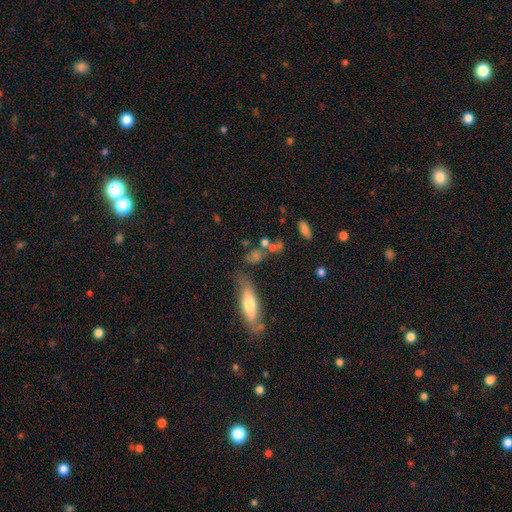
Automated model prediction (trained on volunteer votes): The model was most divided on "how rounded": cigar-shaped: 42%, in between: 41%, round: 17%. More confident: merging — none (57%); smooth or featured — smooth (52%).